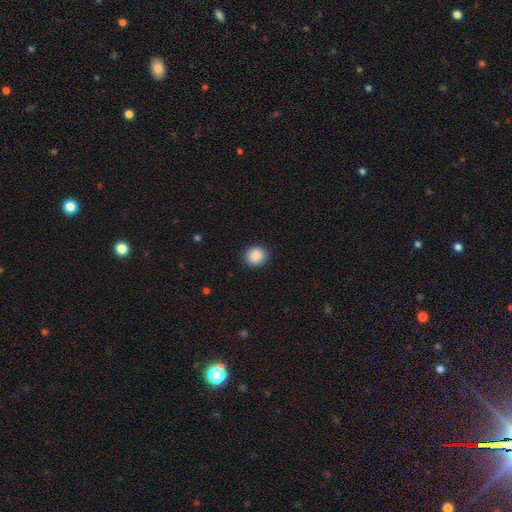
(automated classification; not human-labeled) Smooth or featured?
  - smooth: 88% *
  - star or artifact: 8%
  - featured or disk: 3%
How rounded?
  - round: 81% *
  - in between: 18%
  - cigar-shaped: 1%
Merging?
  - none: 90% *
  - minor disturbance: 6%
  - major disturbance: 2%
  - merger: 1%